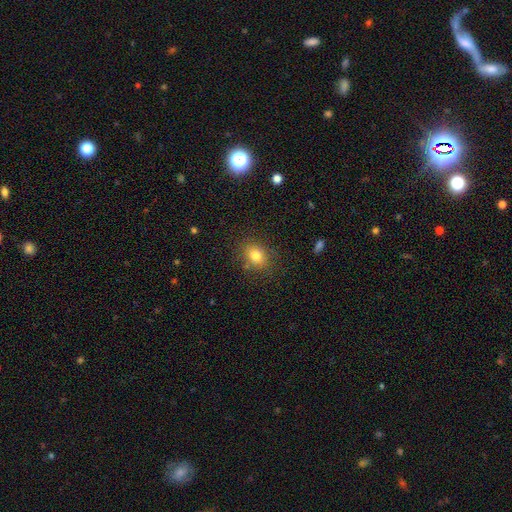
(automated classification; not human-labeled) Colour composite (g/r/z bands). It shows a smooth galaxy with no disk features (79%) that is round (51%). Merging: none (82%).